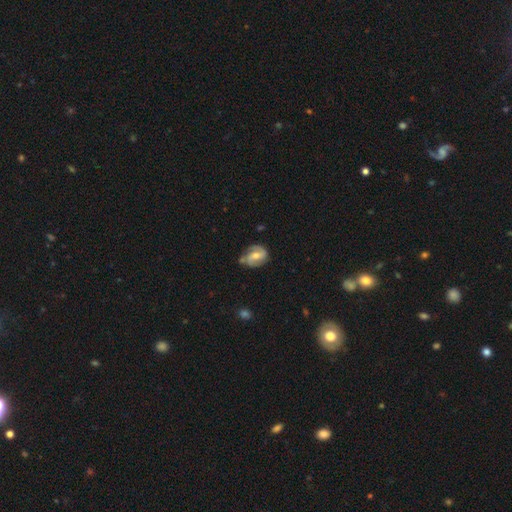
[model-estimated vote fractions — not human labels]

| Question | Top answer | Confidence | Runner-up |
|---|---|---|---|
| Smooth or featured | featured or disk | 72% | smooth (22%) |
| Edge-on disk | no | 97% | yes (3%) |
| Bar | weak | 48% | no (30%) |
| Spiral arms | yes | 91% | no (9%) |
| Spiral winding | medium | 47% | tight (32%) |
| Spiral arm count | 2 | 83% | can't tell (8%) |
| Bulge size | moderate | 60% | small (31%) |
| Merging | none | 63% | minor disturbance (24%) |